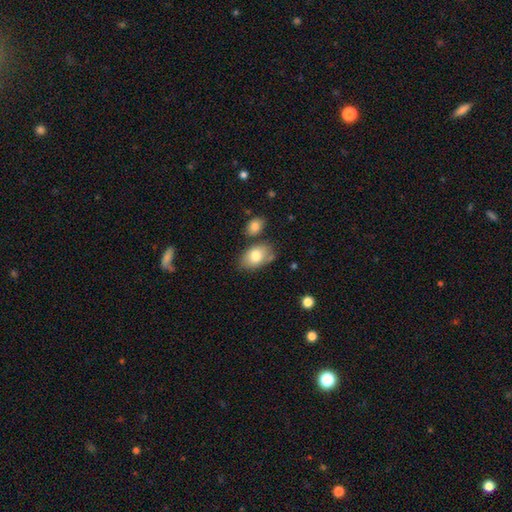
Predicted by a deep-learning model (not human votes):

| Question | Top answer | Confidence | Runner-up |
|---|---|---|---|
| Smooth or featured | smooth | 78% | featured or disk (15%) |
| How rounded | in between | 88% | round (11%) |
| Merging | none | 63% | minor disturbance (19%) |